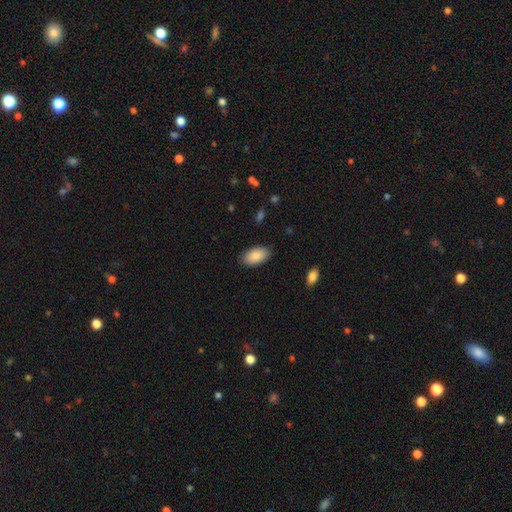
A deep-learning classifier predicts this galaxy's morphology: type=smooth (88%); roundness=in between (95%); merging=none (87%).